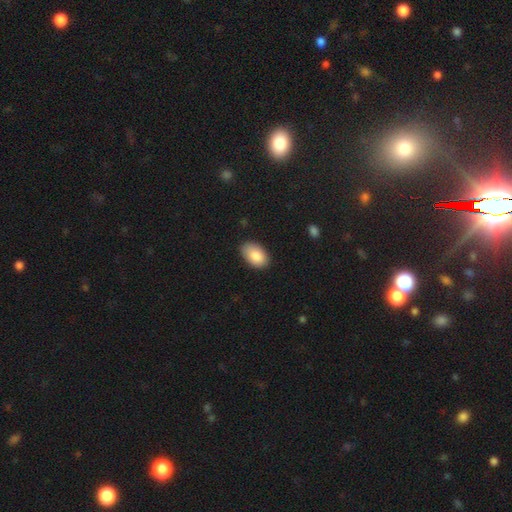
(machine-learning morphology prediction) A smooth galaxy with no disk features (87%) that is in between round and cigar-shaped (93%). Merging: none (84%).